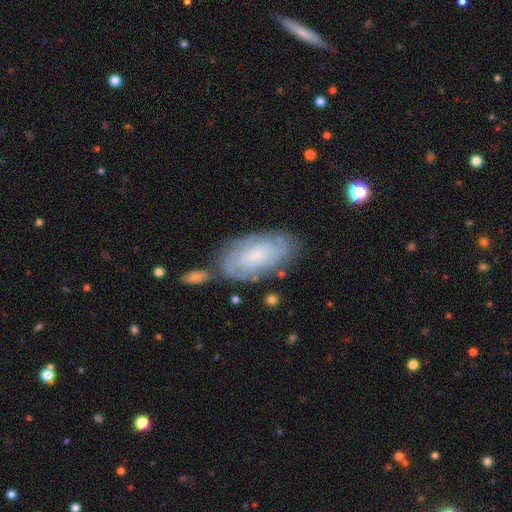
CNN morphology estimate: This appears to be a featured or disk galaxy (66%) with no bar (67%), tight (68%) spiral arms (89%) and a small central bulge (57%). Merging: none (68%).